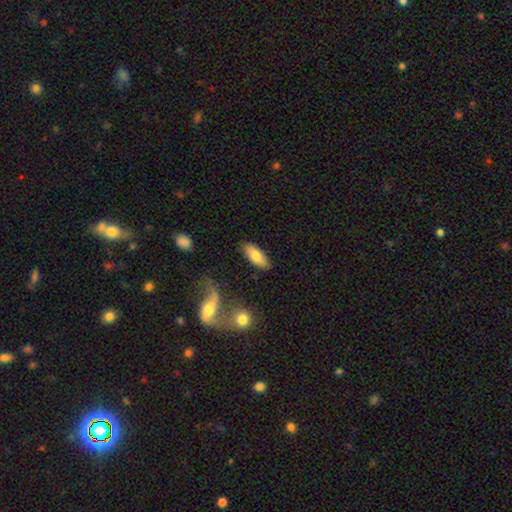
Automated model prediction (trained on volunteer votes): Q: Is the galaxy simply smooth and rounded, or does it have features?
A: smooth — 76%.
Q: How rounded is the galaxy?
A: in between — 76%.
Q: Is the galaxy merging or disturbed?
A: none — 83%.